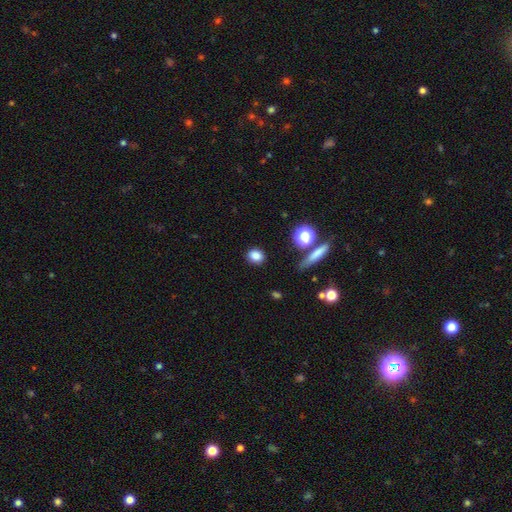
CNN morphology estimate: Overall: smooth (82%). How rounded: round (63%; in between 35%). Merging: none (87%).